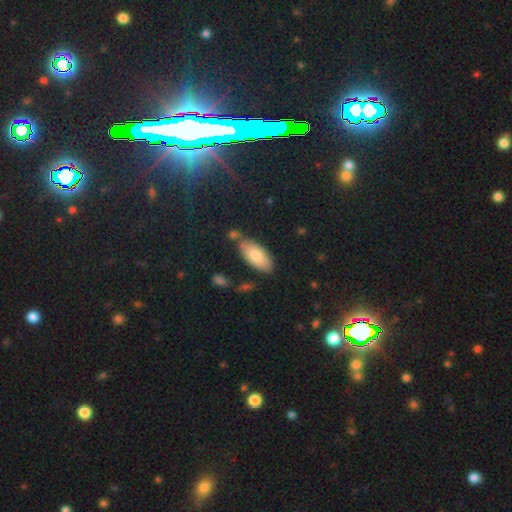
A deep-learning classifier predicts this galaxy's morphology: type=smooth (81%); roundness=in between (90%); merging=none (72%).